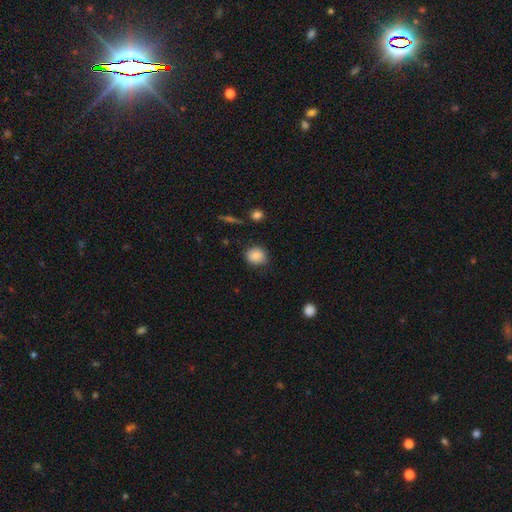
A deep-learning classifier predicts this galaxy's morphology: Overall: smooth (83%). How rounded: round (78%). Merging: none (81%).